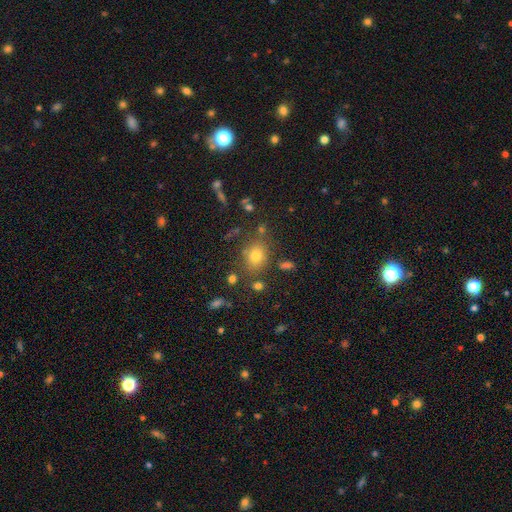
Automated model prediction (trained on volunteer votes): Overall: smooth (74%). How rounded: round (53%; in between 46%). Merging: none (75%).